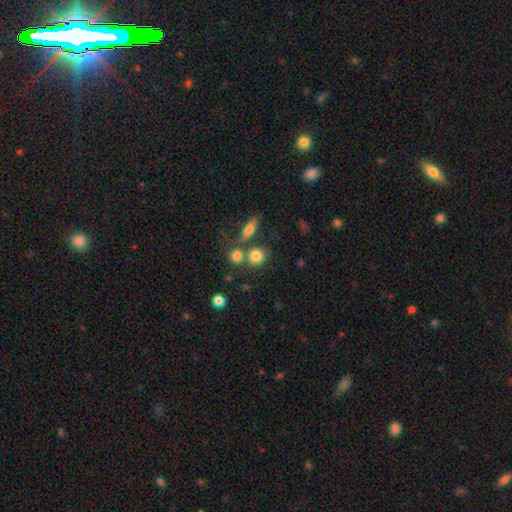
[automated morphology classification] This appears to be a smooth galaxy with no disk features (80%) that is round (77%). Merging: none (57%).